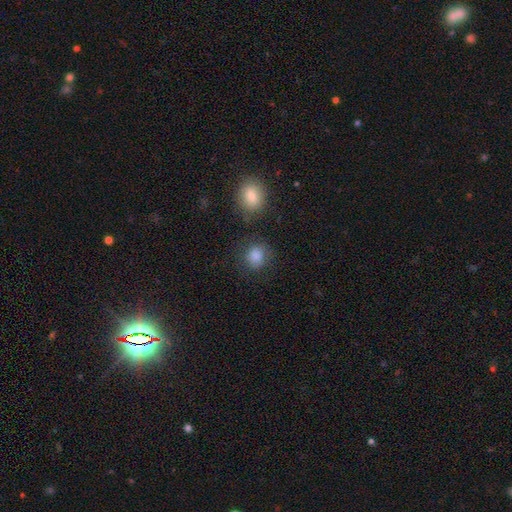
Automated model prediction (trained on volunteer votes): This appears to be a smooth galaxy with no disk features (84%) that is round (77%). Merging: none (72%).